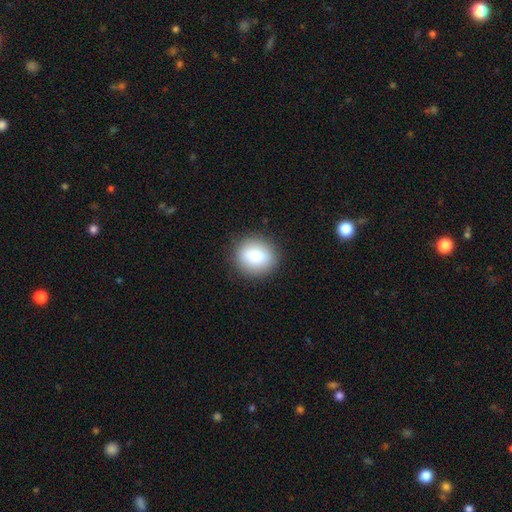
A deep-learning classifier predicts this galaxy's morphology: A smooth galaxy with no disk features (81%) that is round (79%).

Vote fractions:
- Smooth or featured? smooth: 81% / featured or disk: 10% / star or artifact: 9%
- How rounded? round: 79% / in between: 19% / cigar-shaped: 1%
- Merging? none: 89% / minor disturbance: 8% / major disturbance: 3% / merger: 1%